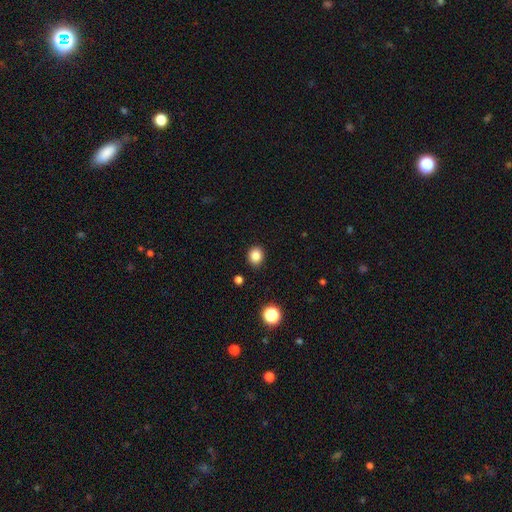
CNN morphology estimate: Q: Smooth or featured?
A: smooth (85%); runner-up: star or artifact (11%)
Q: How rounded?
A: round (71%); runner-up: in between (28%)
Q: Merging?
A: none (90%); runner-up: minor disturbance (7%)